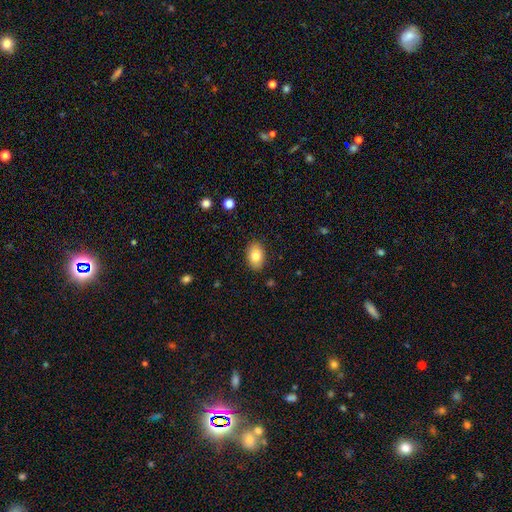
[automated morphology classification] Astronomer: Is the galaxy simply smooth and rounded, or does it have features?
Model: smooth — 81%.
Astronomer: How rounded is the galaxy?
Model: in between — 88%.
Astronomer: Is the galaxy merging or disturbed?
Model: none — 88%.